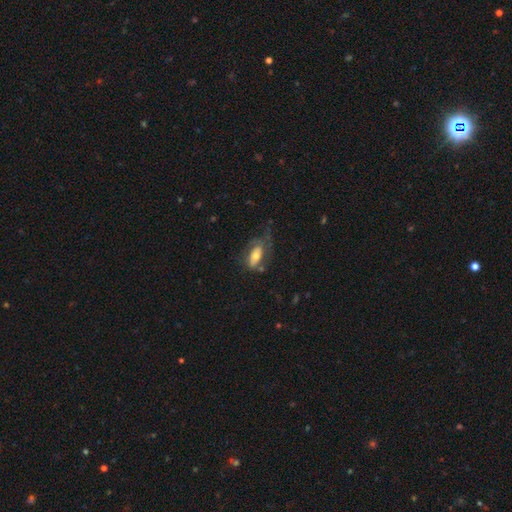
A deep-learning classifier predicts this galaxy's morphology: This appears to be a smooth galaxy with no disk features (47%). Merging: none (37%).